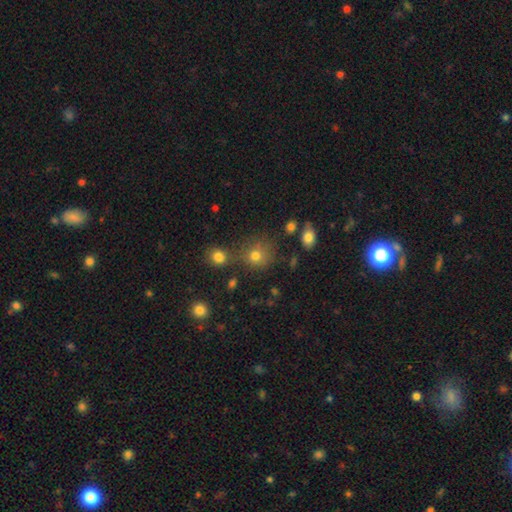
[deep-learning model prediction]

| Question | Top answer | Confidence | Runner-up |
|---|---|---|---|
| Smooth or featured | smooth | 76% | star or artifact (16%) |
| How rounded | round | 85% | in between (14%) |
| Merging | none | 64% | merger (17%) |